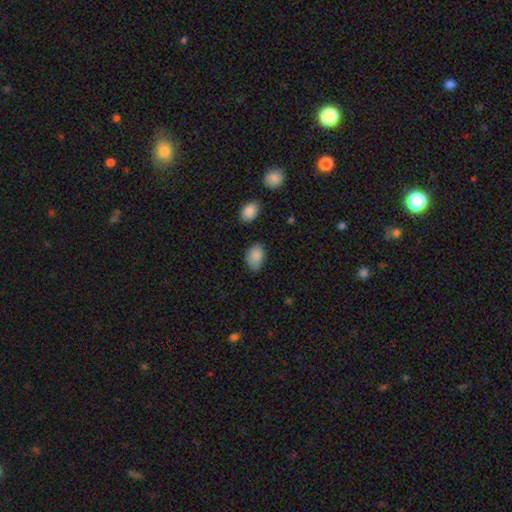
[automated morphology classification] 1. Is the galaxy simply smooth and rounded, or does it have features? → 85% smooth, 9% star or artifact, 6% featured or disk.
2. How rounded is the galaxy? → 83% in between, 15% round, 1% cigar-shaped.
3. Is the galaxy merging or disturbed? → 60% none, 30% minor disturbance, 7% major disturbance, 3% merger.